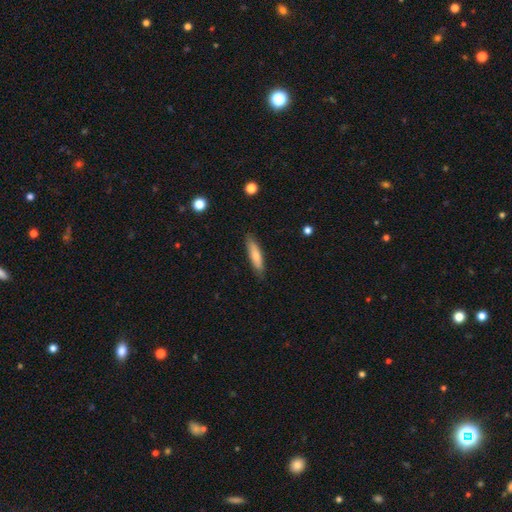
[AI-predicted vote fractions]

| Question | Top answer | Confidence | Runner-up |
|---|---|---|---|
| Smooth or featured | smooth | 74% | featured or disk (21%) |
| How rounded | cigar-shaped | 76% | in between (23%) |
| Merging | none | 85% | minor disturbance (12%) |